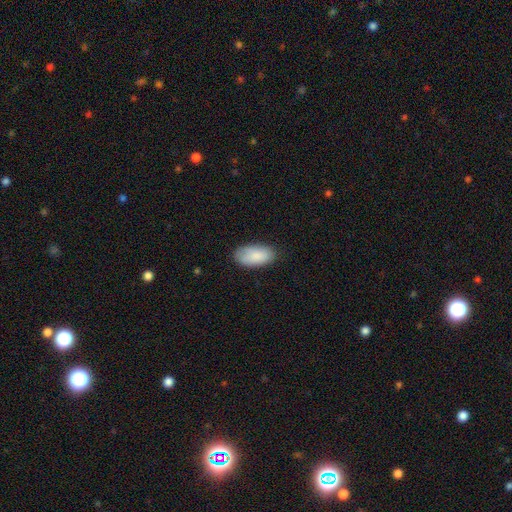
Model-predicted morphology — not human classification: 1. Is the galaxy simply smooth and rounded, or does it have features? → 88% smooth, 7% featured or disk, 6% star or artifact.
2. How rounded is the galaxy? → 94% in between, 3% cigar-shaped, 2% round.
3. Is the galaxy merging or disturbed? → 82% none, 14% minor disturbance, 3% major disturbance, 1% merger.